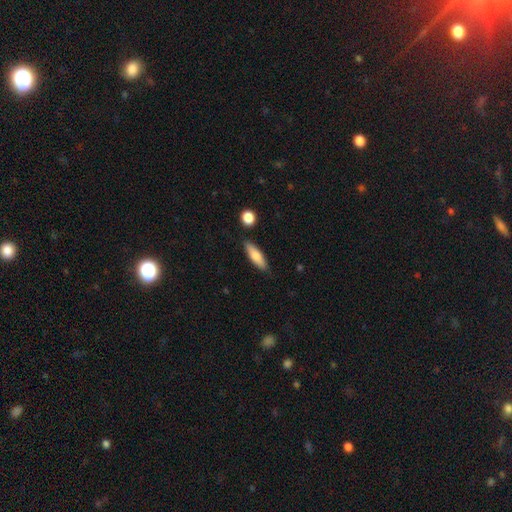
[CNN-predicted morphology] A smooth galaxy with no disk features (74%) that is cigar-shaped (52%). Merging: none (85%).